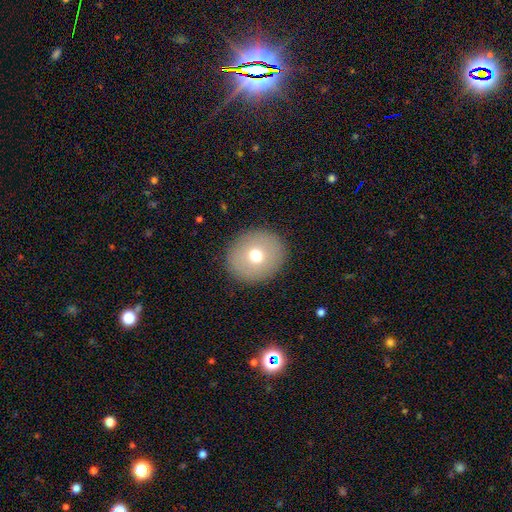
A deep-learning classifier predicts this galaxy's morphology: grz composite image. It shows a smooth galaxy with no disk features (69%) that is round (83%). Merging: none (90%).